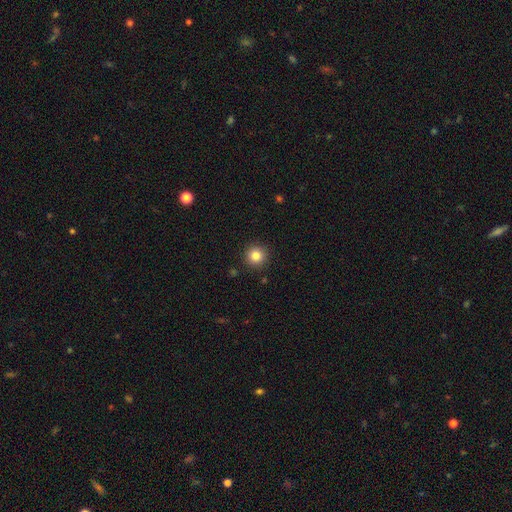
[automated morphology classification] type=smooth (83%); roundness=round (95%); merging=none (91%).